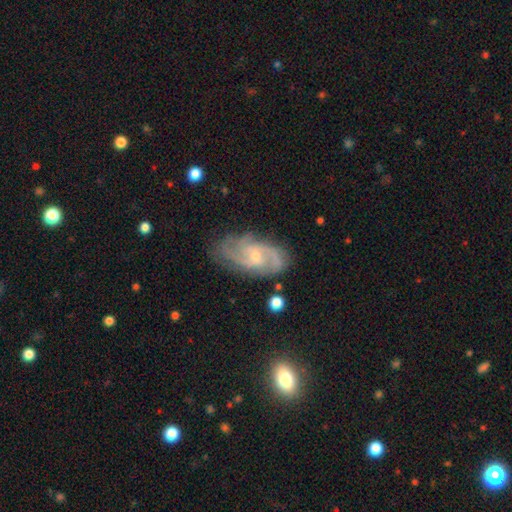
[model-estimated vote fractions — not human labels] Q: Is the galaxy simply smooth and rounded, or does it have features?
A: featured or disk — 86%.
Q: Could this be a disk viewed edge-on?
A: no — 96%.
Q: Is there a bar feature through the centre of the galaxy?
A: no — 47%.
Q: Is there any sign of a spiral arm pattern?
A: yes — 97%.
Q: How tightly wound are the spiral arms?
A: medium — 52%.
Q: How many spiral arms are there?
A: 2 — 46%.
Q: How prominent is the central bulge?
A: small — 70%.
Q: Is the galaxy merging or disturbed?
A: none — 75%.